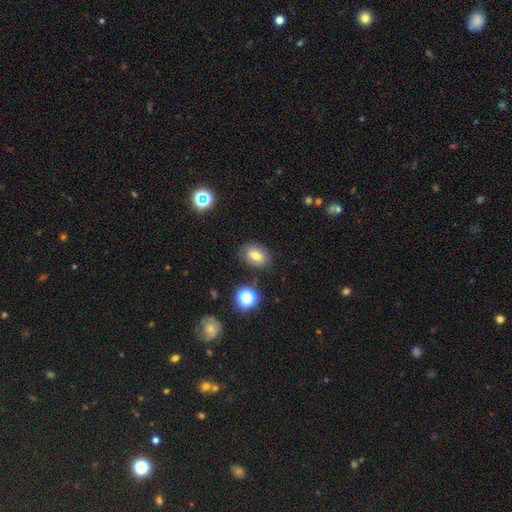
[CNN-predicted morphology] Overall: smooth (75%). How rounded: in between (75%). Merging: none (80%).